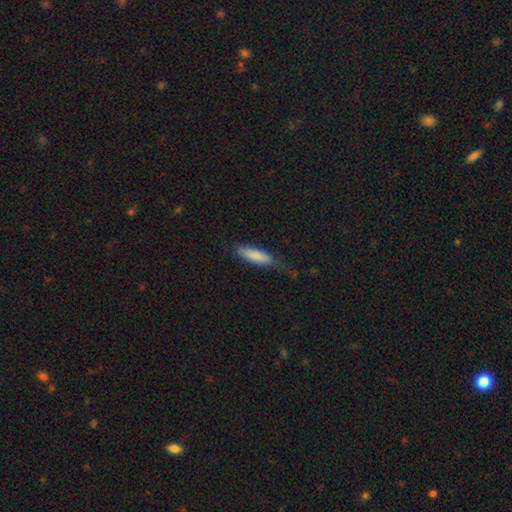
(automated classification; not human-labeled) This is clearly a smooth galaxy (84%). How rounded: likely cigar-shaped (62%). Merging: possibly none (60%).